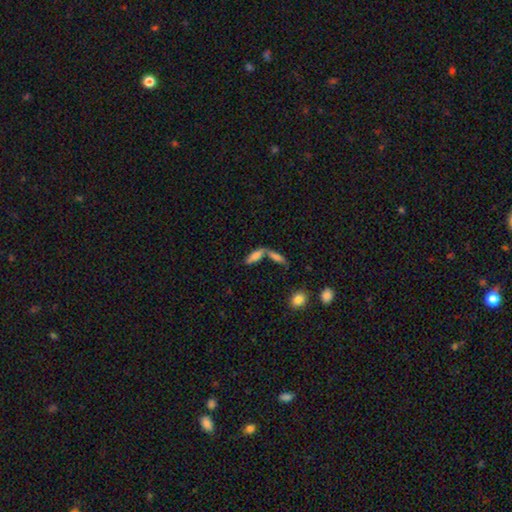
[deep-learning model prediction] Overall: smooth (70%). How rounded: in between (49%; cigar-shaped 48%). Merging: merger (51%; none 35%).